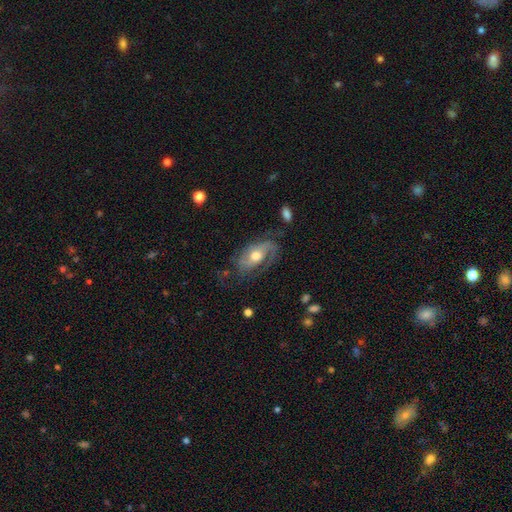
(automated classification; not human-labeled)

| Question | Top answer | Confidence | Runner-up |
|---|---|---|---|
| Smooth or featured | featured or disk | 68% | smooth (26%) |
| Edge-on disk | no | 93% | yes (7%) |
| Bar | no | 65% | weak (27%) |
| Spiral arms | yes | 83% | no (17%) |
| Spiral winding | medium | 42% | loose (31%) |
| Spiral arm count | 2 | 48% | 1 (28%) |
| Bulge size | moderate | 71% | large (15%) |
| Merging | none | 51% | minor disturbance (23%) |